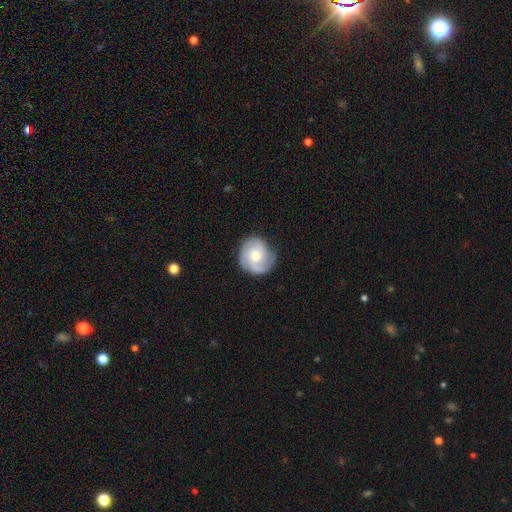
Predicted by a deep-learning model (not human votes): smooth-or-featured: featured or disk: 69% | smooth: 25% | star or artifact: 6%
  disk-edge-on: no: 98% | yes: 2%
    bar: no: 73% | weak: 23% | strong: 4%
    has-spiral-arms: yes: 93% | no: 7%
      spiral-winding: tight: 50% | medium: 38% | loose: 12%
      spiral-arm-count: 2: 38% | 3: 31% | can't tell: 17% | 1: 7% | 4: 4% | more than 4: 3%
    bulge-size: moderate: 54% | small: 40% | large: 3% | none: 1% | dominant: 1%
  merging: none: 74% | minor disturbance: 18% | major disturbance: 6% | merger: 1%